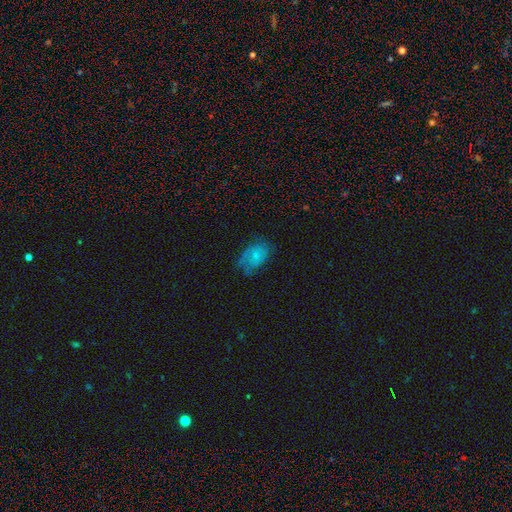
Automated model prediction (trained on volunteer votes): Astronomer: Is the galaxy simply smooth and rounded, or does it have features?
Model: smooth — 57% (runner-up: featured or disk, 34%).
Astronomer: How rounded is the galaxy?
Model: in between — 87%.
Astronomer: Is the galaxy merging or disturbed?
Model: none — 51% (runner-up: minor disturbance, 32%).